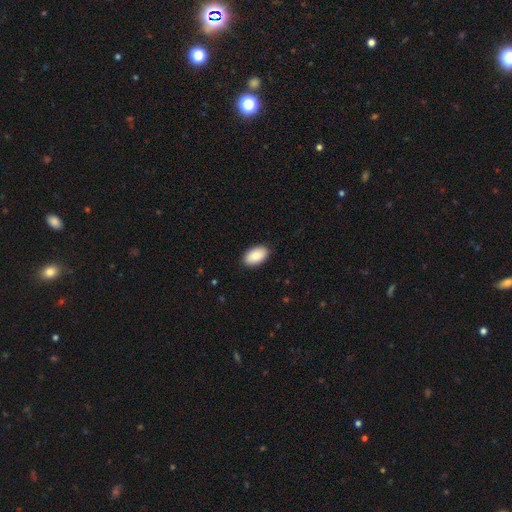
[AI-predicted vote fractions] This appears to be a smooth galaxy with no disk features (85%) that is in between round and cigar-shaped (94%). Merging: none (89%).